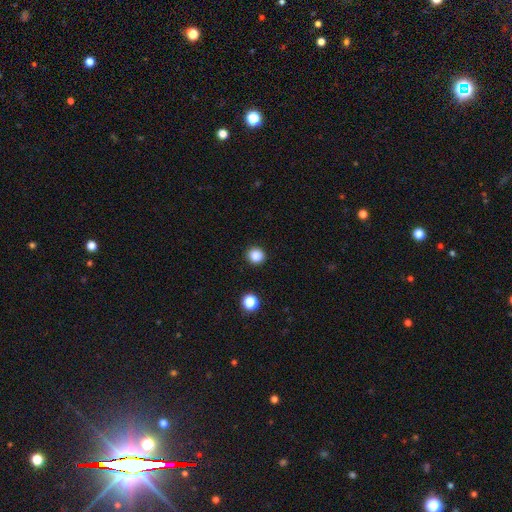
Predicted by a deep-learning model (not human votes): Smooth or featured? smooth (85%)
How rounded? round (91%)
Merging? none (92%)